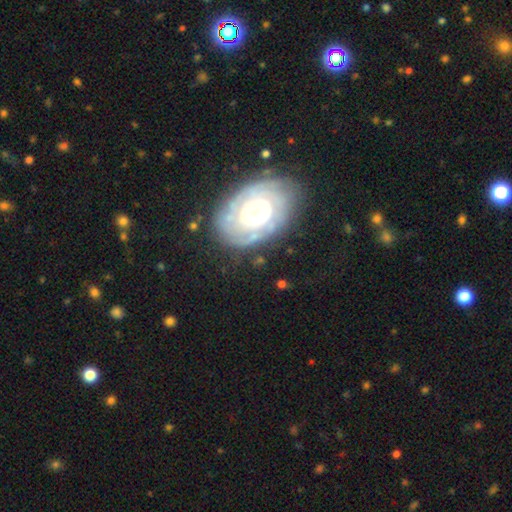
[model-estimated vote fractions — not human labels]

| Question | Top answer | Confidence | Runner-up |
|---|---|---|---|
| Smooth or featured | featured or disk | 58% | smooth (27%) |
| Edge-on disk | no | 94% | yes (6%) |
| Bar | no | 68% | weak (24%) |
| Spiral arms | yes | 76% | no (24%) |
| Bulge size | moderate | 55% | small (20%) |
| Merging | none | 80% | minor disturbance (13%) |